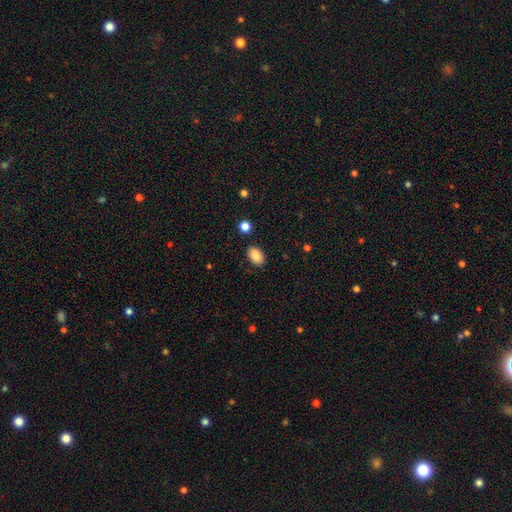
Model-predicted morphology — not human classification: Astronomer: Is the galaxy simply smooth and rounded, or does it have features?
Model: smooth — 87%.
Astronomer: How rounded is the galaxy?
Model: in between — 89%.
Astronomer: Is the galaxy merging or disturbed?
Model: none — 86%.